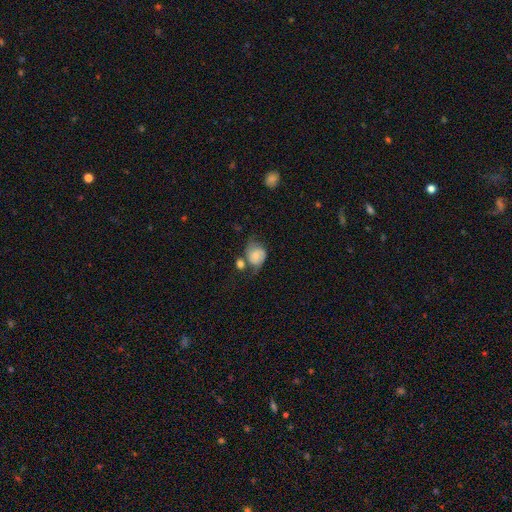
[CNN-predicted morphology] Smooth or featured: featured or disk — 47% (smooth — 44%)
Merging: none — 37% (minor disturbance — 25%)